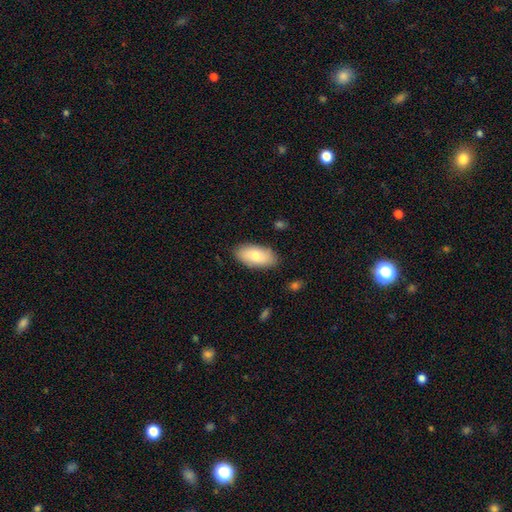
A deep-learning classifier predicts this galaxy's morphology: smooth-or-featured: smooth: 76% | featured or disk: 18% | star or artifact: 6%
  how-rounded: in between: 93% | cigar-shaped: 4% | round: 3%
  merging: none: 85% | minor disturbance: 11% | major disturbance: 2% | merger: 1%